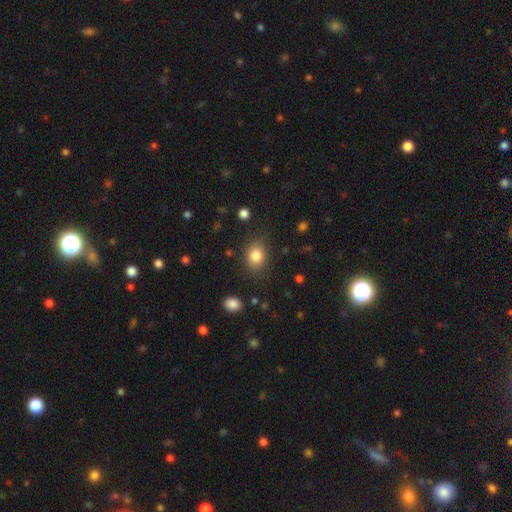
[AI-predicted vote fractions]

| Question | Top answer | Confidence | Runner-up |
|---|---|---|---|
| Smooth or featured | smooth | 83% | star or artifact (10%) |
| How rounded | in between | 55% | round (44%) |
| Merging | none | 83% | minor disturbance (11%) |